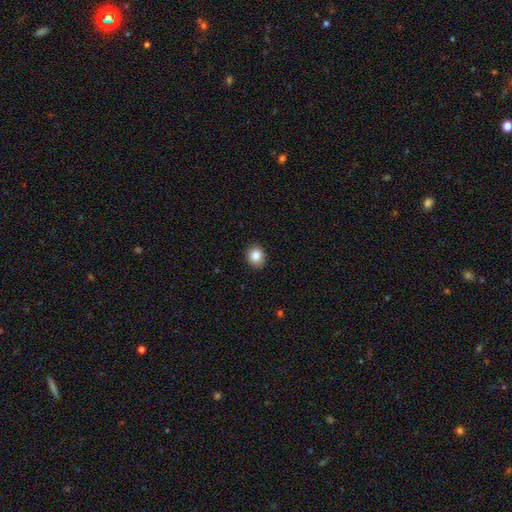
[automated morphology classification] A smooth galaxy with no disk features (85%) that is round (74%).

Vote fractions:
- Smooth or featured? smooth: 85% / star or artifact: 10% / featured or disk: 5%
- How rounded? round: 74% / in between: 25% / cigar-shaped: 1%
- Merging? none: 90% / minor disturbance: 7% / major disturbance: 2% / merger: 1%